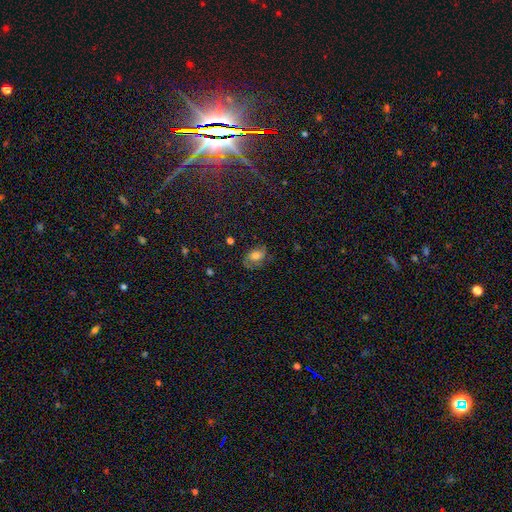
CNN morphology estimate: type=smooth (55%); roundness=in between (76%); merging=none (60%).